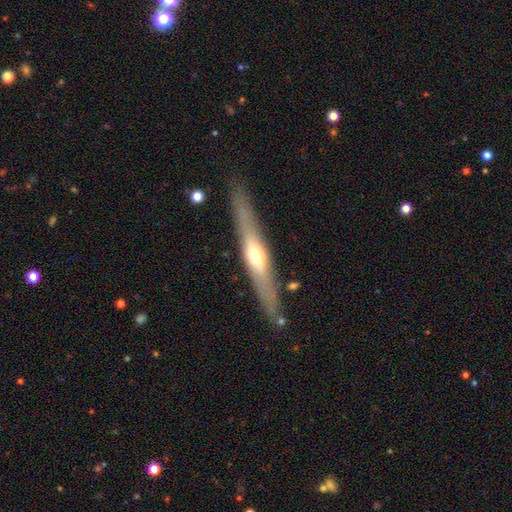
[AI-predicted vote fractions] smooth_or_featured: featured or disk (p=0.64) [alt: smooth p=0.30]
disk_edge_on: yes (p=0.92) [alt: no p=0.08]
edge_on_bulge: rounded (p=0.83) [alt: none p=0.11]
merging: none (p=0.85) [alt: minor disturbance p=0.10]